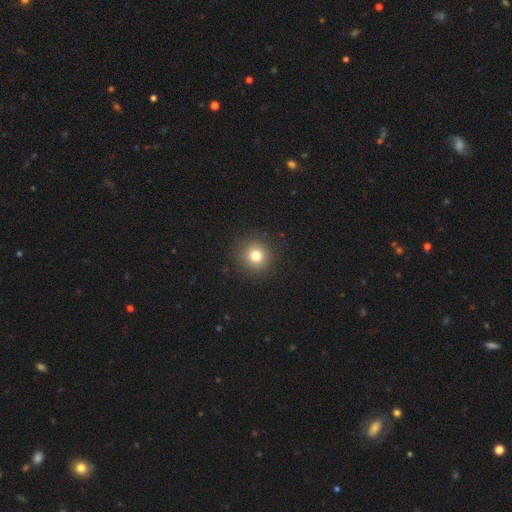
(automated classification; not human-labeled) Smooth or featured: smooth — 79% (star or artifact — 13%)
How rounded: round — 92% (in between — 7%)
Merging: none — 90% (minor disturbance — 7%)